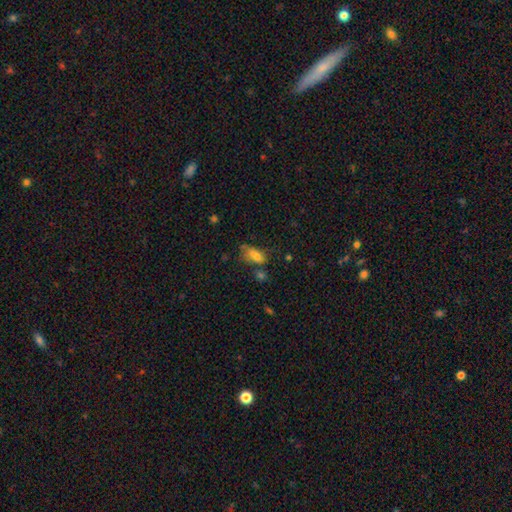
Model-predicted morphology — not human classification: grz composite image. It shows a smooth galaxy with no disk features (68%) that is in between round and cigar-shaped (84%). Merging: none (34%).